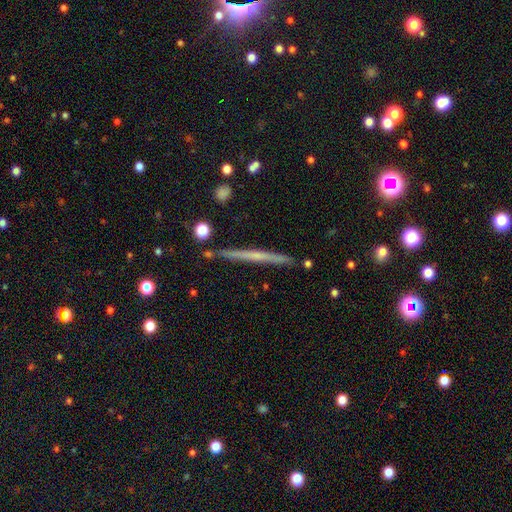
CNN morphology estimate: Smooth or featured?
  - featured or disk: 62% *
  - smooth: 30%
  - star or artifact: 8%
Edge-on disk?
  - yes: 98% *
  - no: 2%
Edge-on bulge?
  - none: 72% *
  - rounded: 22%
  - boxy: 5%
Merging?
  - none: 90% *
  - minor disturbance: 7%
  - merger: 2%
  - major disturbance: 1%